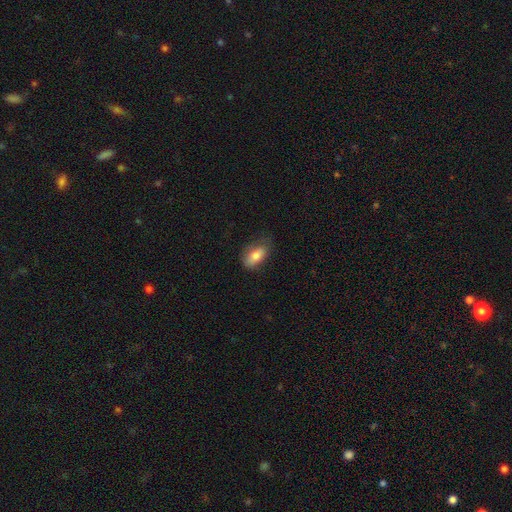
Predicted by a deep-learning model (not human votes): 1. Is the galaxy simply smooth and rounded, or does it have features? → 79% smooth, 14% featured or disk, 7% star or artifact.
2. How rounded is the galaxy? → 90% in between, 5% cigar-shaped, 5% round.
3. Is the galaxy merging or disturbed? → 57% none, 30% minor disturbance, 11% major disturbance, 1% merger.